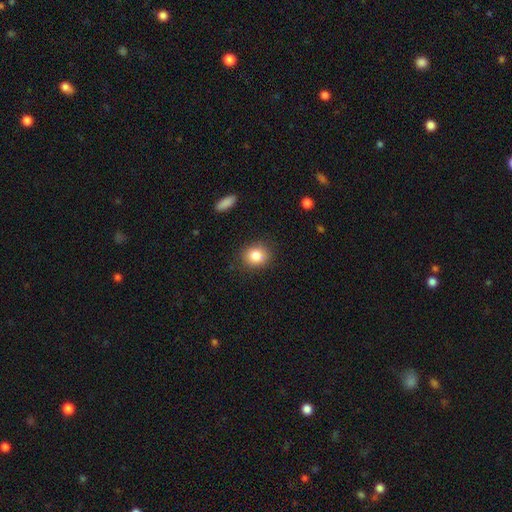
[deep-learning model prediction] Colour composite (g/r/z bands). It shows a smooth galaxy with no disk features (84%) that is round (67%). Merging: none (85%).